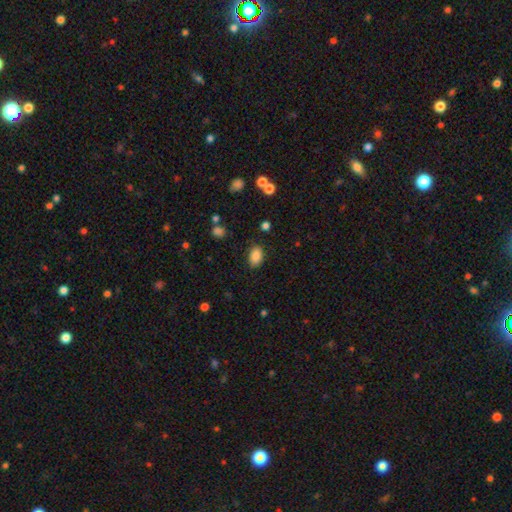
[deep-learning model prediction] This is clearly a smooth galaxy (87%). How rounded: clearly in between (89%). Merging: clearly none (84%).